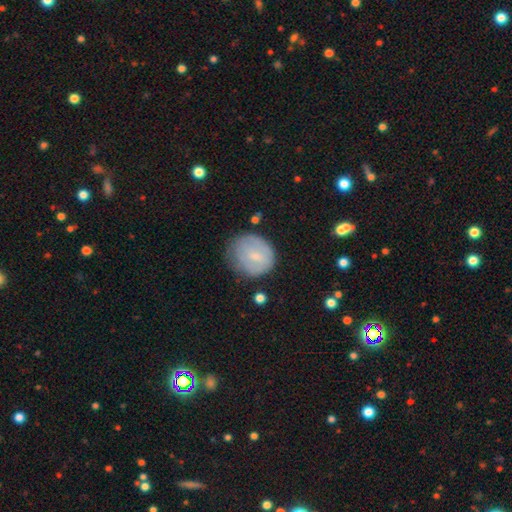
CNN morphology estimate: Smooth or featured? smooth (63%)
How rounded? round (73%)
Merging? none (60%)